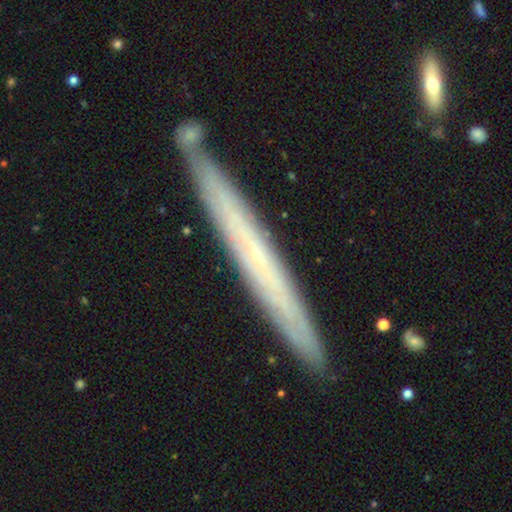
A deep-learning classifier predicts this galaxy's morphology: Smooth or featured: featured or disk — 63% (smooth — 29%)
Edge-on disk: yes — 91% (no — 9%)
Edge-on bulge: none — 79% (rounded — 18%)
Merging: none — 88% (minor disturbance — 8%)